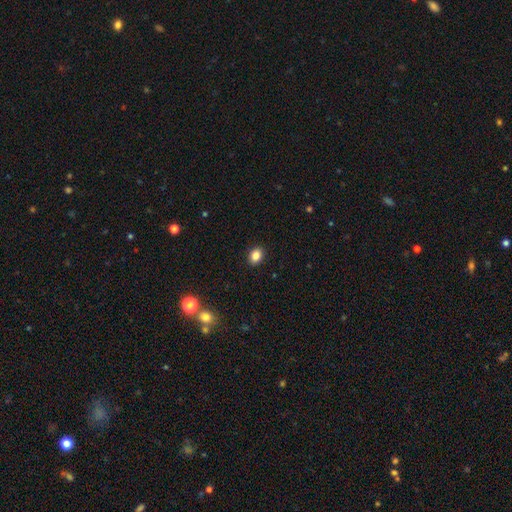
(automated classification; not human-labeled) Smooth or featured? Predicted: smooth (p=0.86). How rounded? Predicted: in between (p=0.64). Merging? Predicted: none (p=0.91).